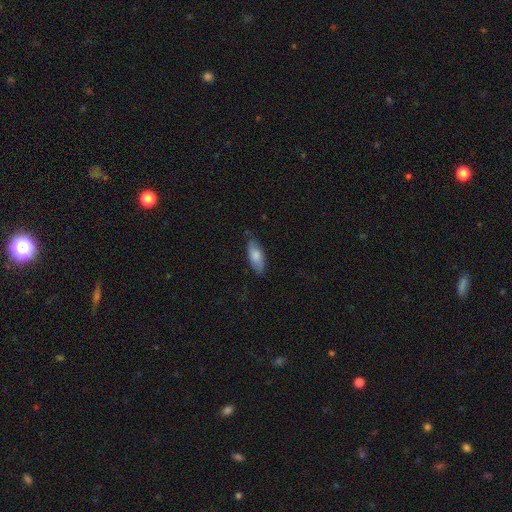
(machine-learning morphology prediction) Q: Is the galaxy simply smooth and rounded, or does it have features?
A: smooth — 79%.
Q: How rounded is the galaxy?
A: in between — 76%.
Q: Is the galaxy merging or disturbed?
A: none — 77%.